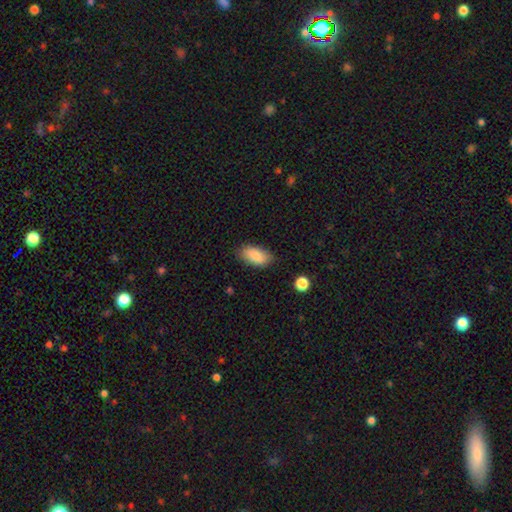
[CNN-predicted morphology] type=smooth (86%); roundness=in between (92%); merging=none (82%).